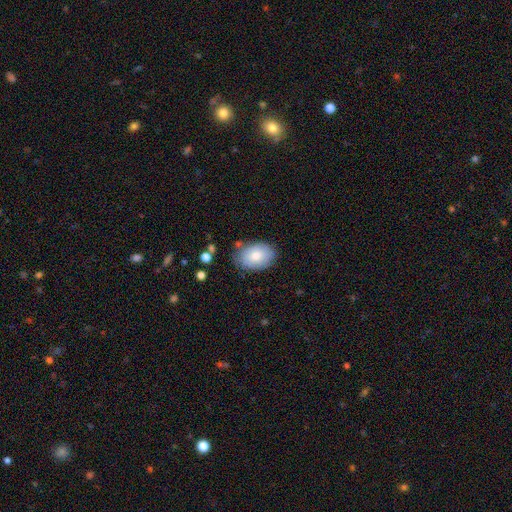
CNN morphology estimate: This is likely a smooth galaxy (74%). How rounded: clearly in between (84%). Merging: likely none (76%).